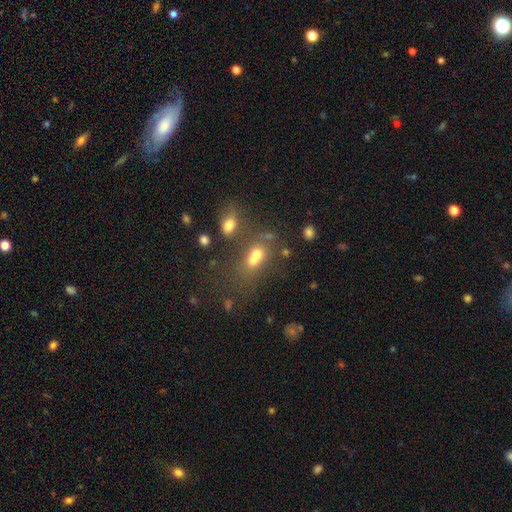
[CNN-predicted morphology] smooth-or-featured: smooth: 62% | featured or disk: 19% | star or artifact: 19%
  how-rounded: in between: 54% | round: 42% | cigar-shaped: 4%
  merging: merger: 55% | none: 28% | minor disturbance: 9% | major disturbance: 7%